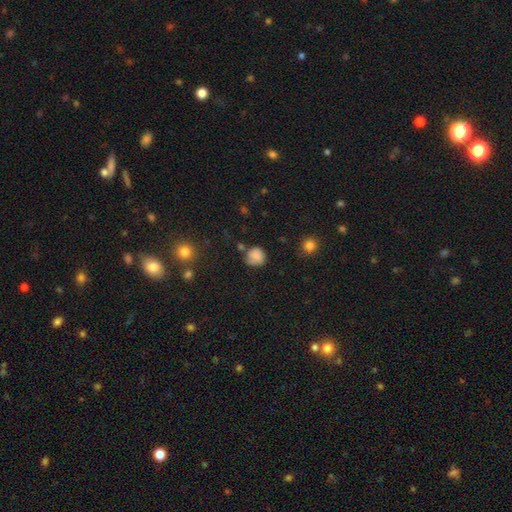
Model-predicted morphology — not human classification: smooth_or_featured: smooth (p=0.79) [alt: featured or disk p=0.11]
how_rounded: round (p=0.81) [alt: in between p=0.18]
merging: none (p=0.59) [alt: minor disturbance p=0.25]